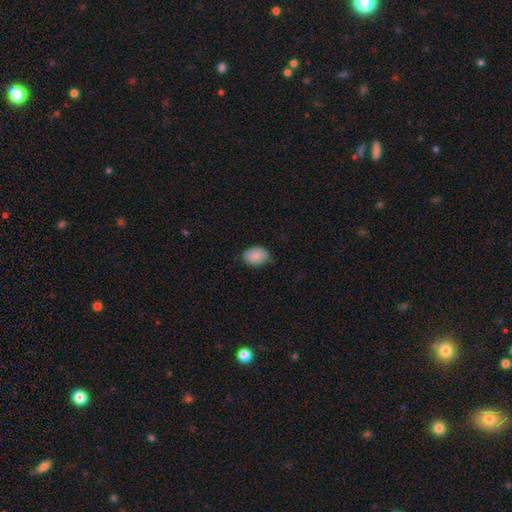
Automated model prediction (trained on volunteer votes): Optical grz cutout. It shows a smooth galaxy with no disk features (88%) that is in between round and cigar-shaped (72%). Merging: none (71%).